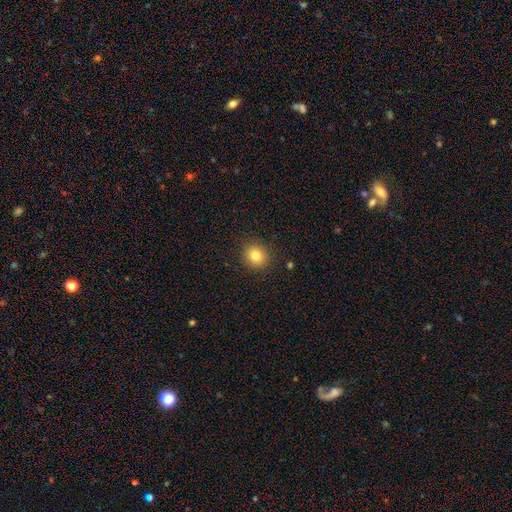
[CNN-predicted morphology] type=smooth (82%); roundness=round (84%); merging=none (89%).